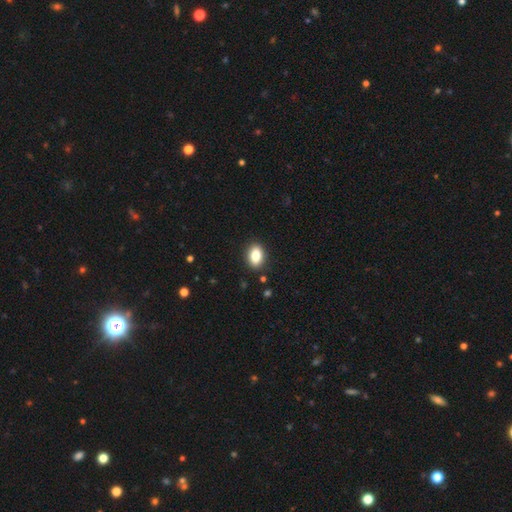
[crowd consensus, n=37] A smooth galaxy with no disk features (84%) that is in between round and cigar-shaped (84%). Merging: none (88%).